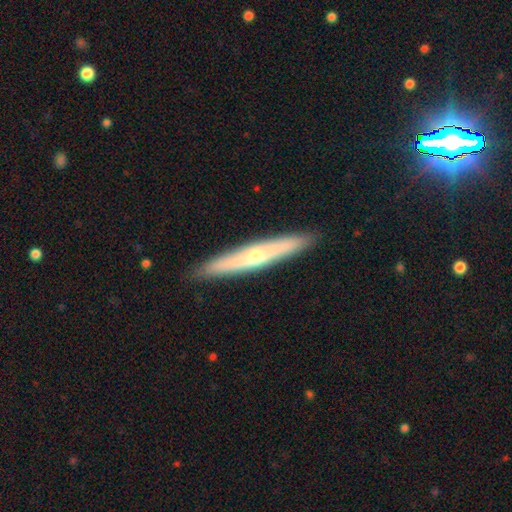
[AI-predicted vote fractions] Q: Smooth or featured?
A: featured or disk (56%); runner-up: smooth (38%)
Q: Edge-on disk?
A: yes (90%); runner-up: no (10%)
Q: Edge-on bulge?
A: rounded (74%); runner-up: none (23%)
Q: Merging?
A: none (91%); runner-up: minor disturbance (7%)